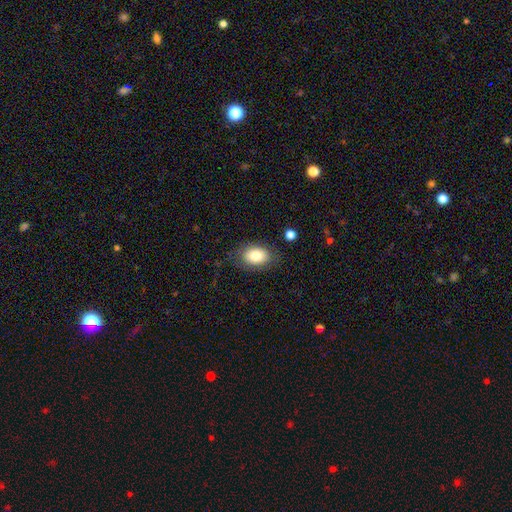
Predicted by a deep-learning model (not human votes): smooth-or-featured: smooth: 80% | featured or disk: 12% | star or artifact: 8%
  how-rounded: in between: 82% | round: 17% | cigar-shaped: 1%
  merging: none: 77% | minor disturbance: 15% | major disturbance: 6% | merger: 2%